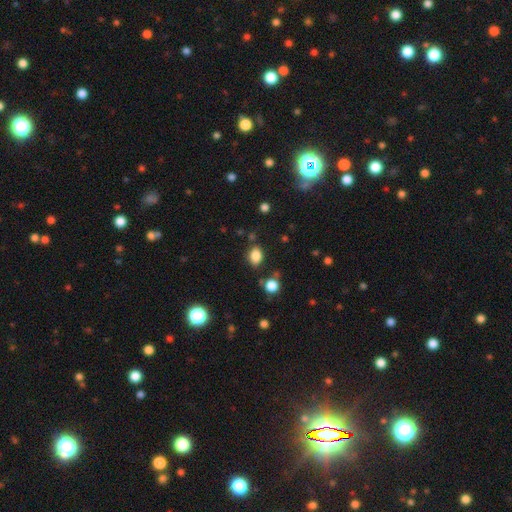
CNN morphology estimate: Smooth or featured: smooth — 83% (star or artifact — 12%)
How rounded: in between — 69% (round — 30%)
Merging: none — 78% (minor disturbance — 13%)